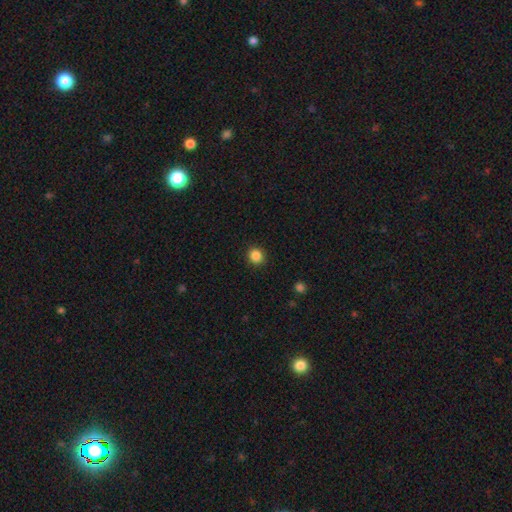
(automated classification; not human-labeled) A smooth galaxy with no disk features (86%) that is round (88%).

Vote fractions:
- Smooth or featured? smooth: 86% / star or artifact: 11% / featured or disk: 3%
- How rounded? round: 88% / in between: 11% / cigar-shaped: 1%
- Merging? none: 91% / minor disturbance: 6% / major disturbance: 2% / merger: 1%